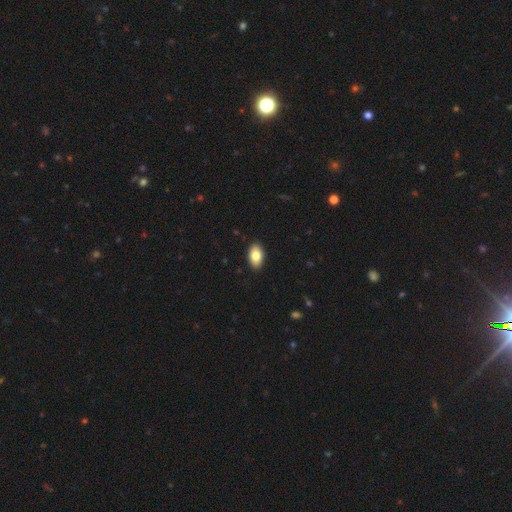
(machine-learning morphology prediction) This is clearly a smooth galaxy (82%). How rounded: clearly in between (93%). Merging: clearly none (90%).